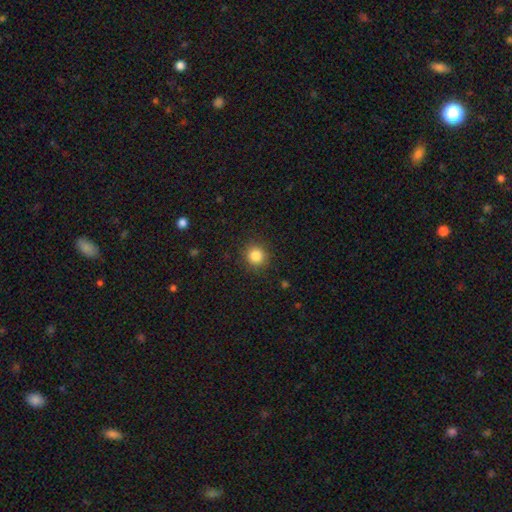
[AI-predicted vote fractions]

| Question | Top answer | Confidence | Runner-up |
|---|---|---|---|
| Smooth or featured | smooth | 85% | star or artifact (11%) |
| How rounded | round | 90% | in between (9%) |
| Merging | none | 89% | minor disturbance (8%) |